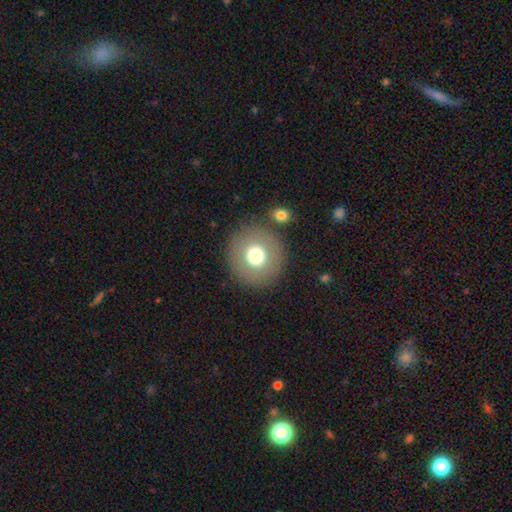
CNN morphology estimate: smooth-or-featured: smooth: 71% | featured or disk: 18% | star or artifact: 10%
  how-rounded: round: 93% | in between: 6% | cigar-shaped: 1%
  merging: none: 85% | minor disturbance: 7% | merger: 4% | major disturbance: 4%